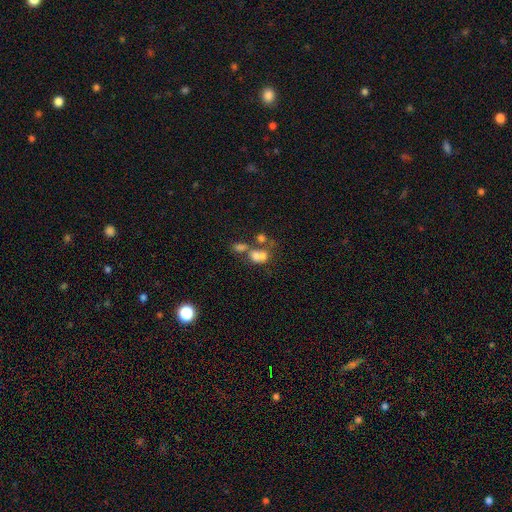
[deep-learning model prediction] Overall: smooth (60%; featured or disk 24%). How rounded: in between (53%; round 45%). Merging: merger (59%; none 22%).